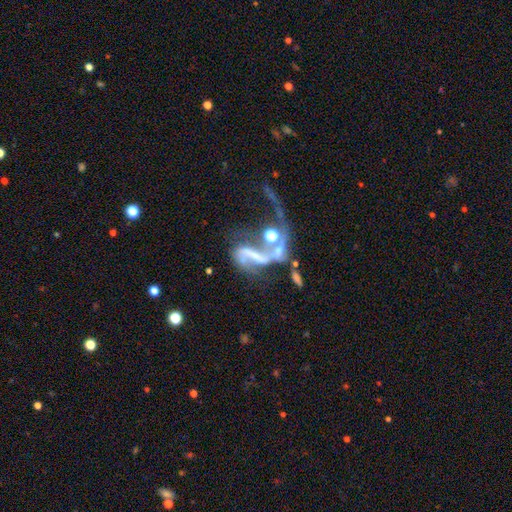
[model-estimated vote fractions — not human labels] This appears to be a featured or disk galaxy (72%) with a strong bar (37%), spiral arms (72%) and no central bulge (47%). Merging: merger (41%).